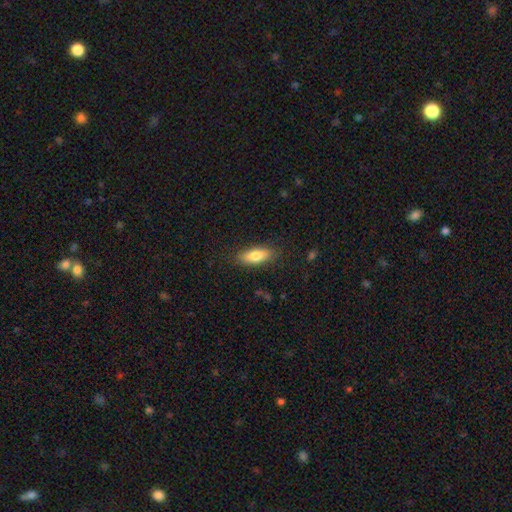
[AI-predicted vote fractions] The model was most divided on "how rounded": in between: 73%, cigar-shaped: 24%, round: 3%. More confident: merging — none (85%); smooth or featured — smooth (77%).